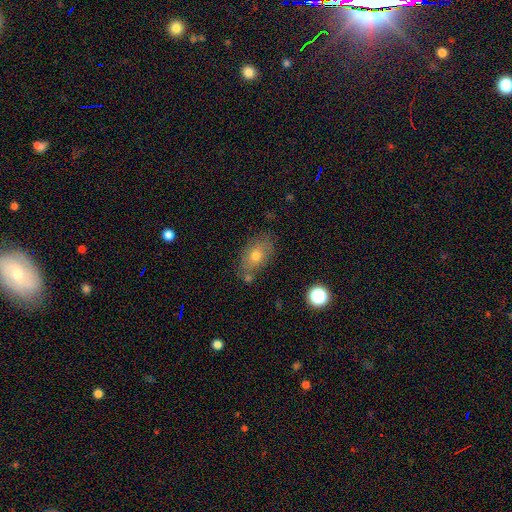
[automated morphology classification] This appears to be a smooth galaxy with no disk features (70%) that is in between round and cigar-shaped (82%). Merging: none (70%).